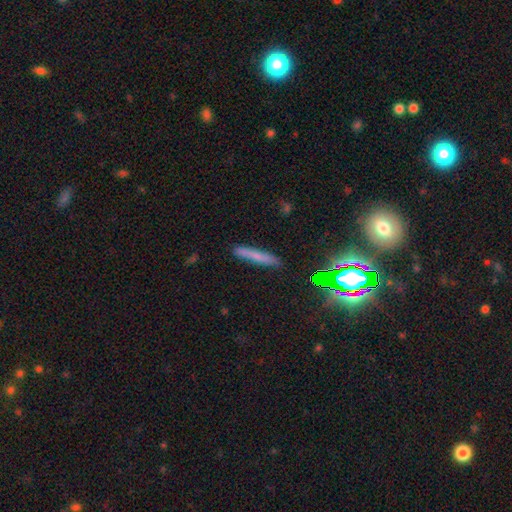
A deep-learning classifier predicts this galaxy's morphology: This is possibly a smooth galaxy (60%). How rounded: clearly cigar-shaped (92%). Merging: clearly none (86%).